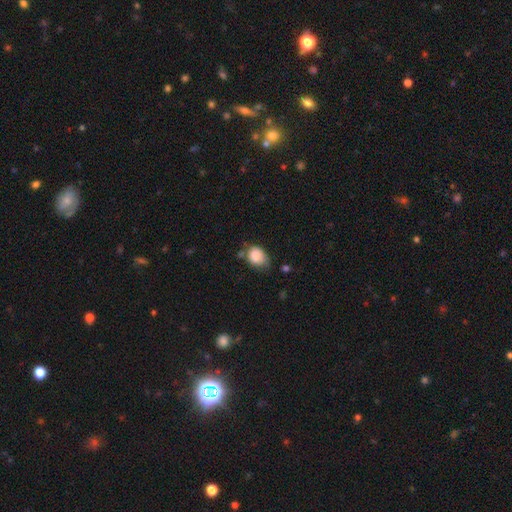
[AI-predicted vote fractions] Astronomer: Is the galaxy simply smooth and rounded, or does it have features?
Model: smooth — 85%.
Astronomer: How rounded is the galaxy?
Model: in between — 55% (runner-up: round, 44%).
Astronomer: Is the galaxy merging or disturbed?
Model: none — 45% (runner-up: minor disturbance, 38%).